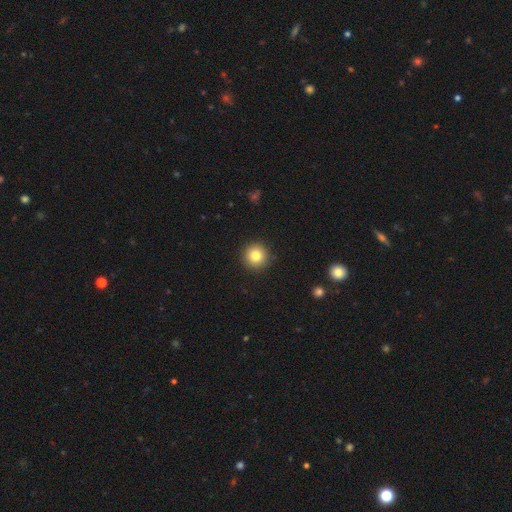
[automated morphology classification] type=smooth (82%); roundness=round (96%); merging=none (92%).